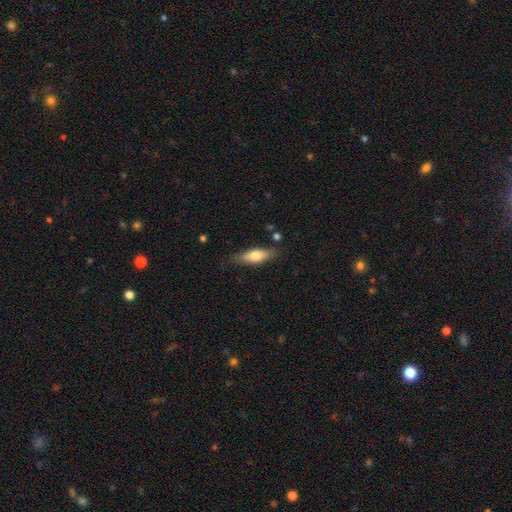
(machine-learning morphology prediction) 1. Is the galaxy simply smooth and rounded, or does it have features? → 65% smooth, 29% featured or disk, 6% star or artifact.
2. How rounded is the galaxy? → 56% in between, 42% cigar-shaped, 3% round.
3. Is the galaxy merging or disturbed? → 78% none, 16% minor disturbance, 3% major disturbance, 2% merger.